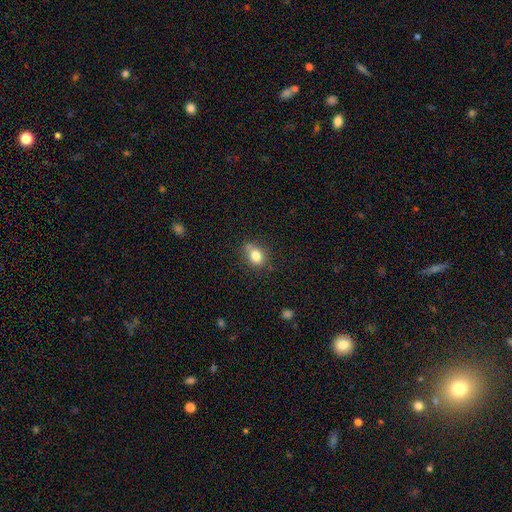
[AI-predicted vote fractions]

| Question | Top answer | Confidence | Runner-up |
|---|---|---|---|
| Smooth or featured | smooth | 80% | star or artifact (11%) |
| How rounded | in between | 51% | round (47%) |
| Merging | none | 67% | minor disturbance (19%) |